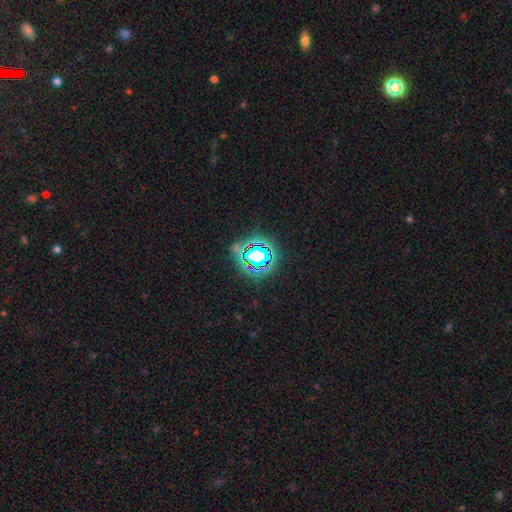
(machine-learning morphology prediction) This appears to be a star or artifact, not a galaxy (66%).